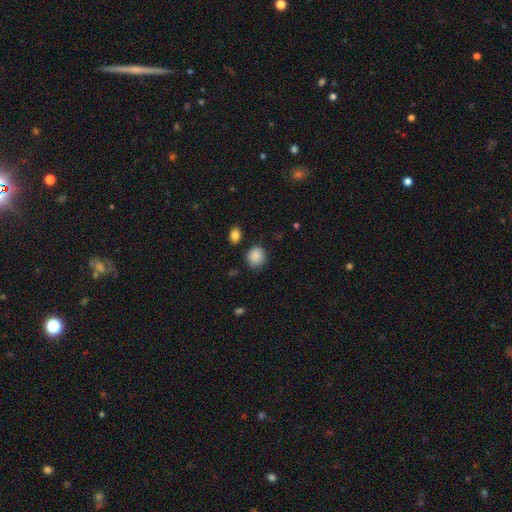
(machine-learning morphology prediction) type=smooth (88%); roundness=round (80%); merging=none (81%).